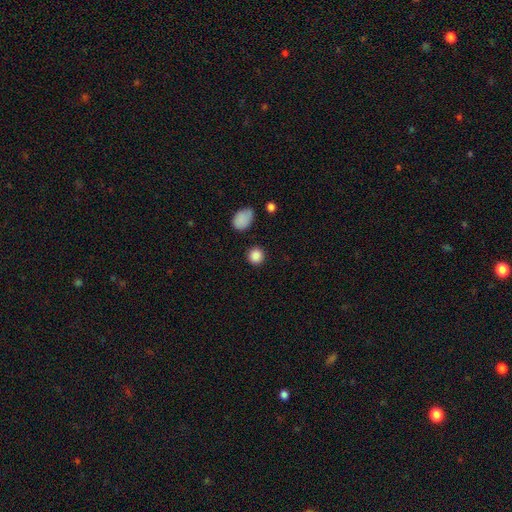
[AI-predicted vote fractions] A smooth galaxy with no disk features (87%) that is round (89%). Merging: none (87%).